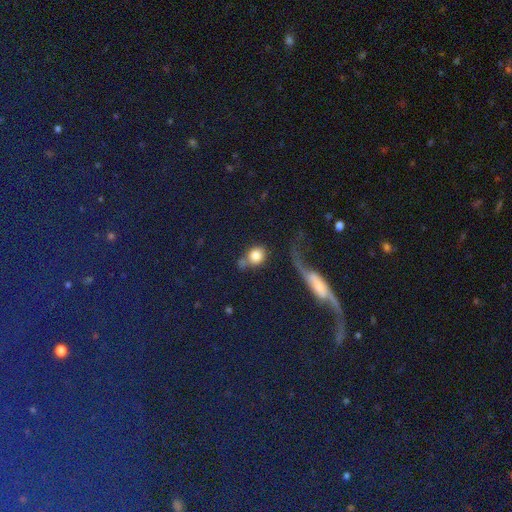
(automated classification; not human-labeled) Smooth or featured?
  - smooth: 78% *
  - featured or disk: 12%
  - star or artifact: 10%
How rounded?
  - round: 70% *
  - in between: 27%
  - cigar-shaped: 3%
Merging?
  - none: 44% *
  - merger: 25%
  - major disturbance: 16%
  - minor disturbance: 15%